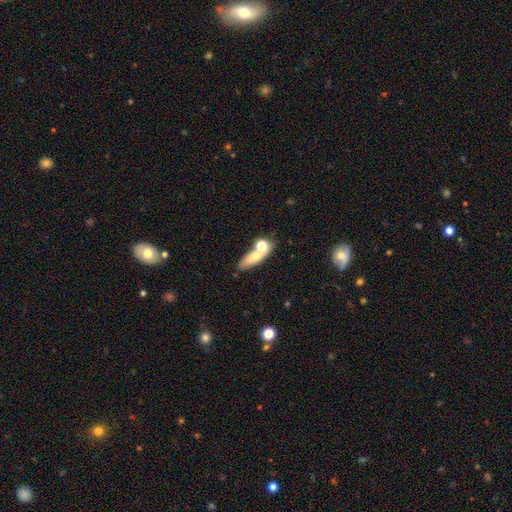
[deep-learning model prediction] smooth-or-featured: smooth: 65% | featured or disk: 24% | star or artifact: 11%
  how-rounded: in between: 46% | cigar-shaped: 40% | round: 14%
  merging: none: 48% | merger: 33% | minor disturbance: 13% | major disturbance: 7%